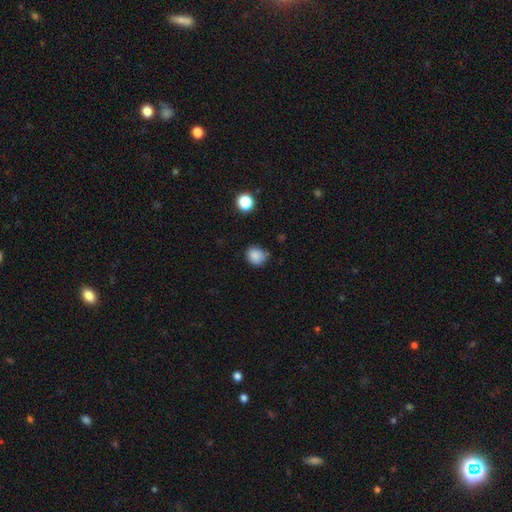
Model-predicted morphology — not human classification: This is clearly a smooth galaxy (85%). How rounded: likely round (71%). Merging: likely none (72%).